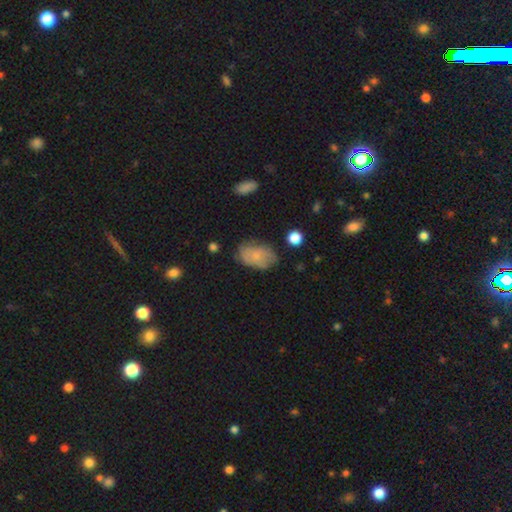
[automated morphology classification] This is likely a smooth galaxy (66%). How rounded: clearly in between (88%). Merging: likely none (65%).